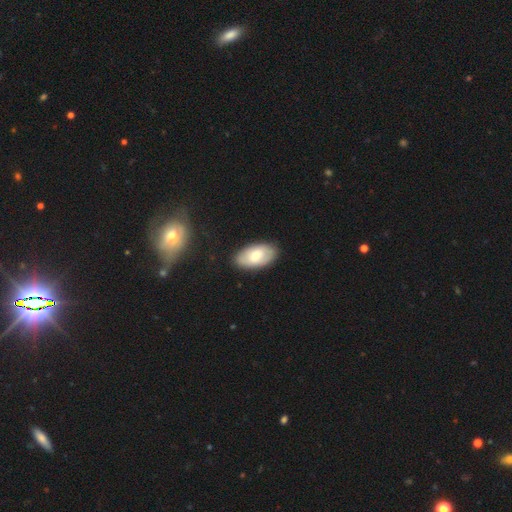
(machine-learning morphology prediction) Smooth or featured: smooth — 67% (featured or disk — 27%)
How rounded: in between — 95% (round — 3%)
Merging: none — 84% (minor disturbance — 12%)